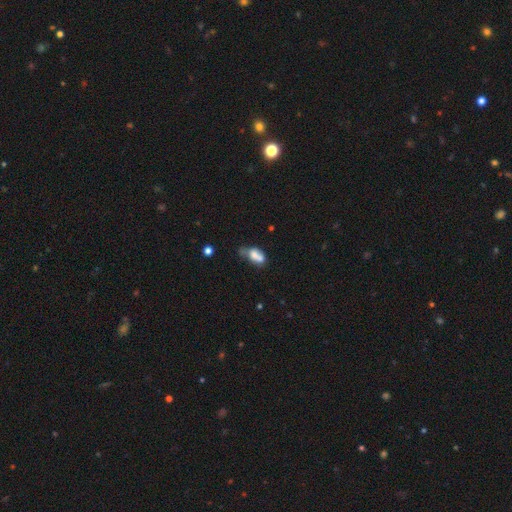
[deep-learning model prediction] This appears to be a smooth galaxy with no disk features (62%) that is in between round and cigar-shaped (82%). Merging: merger (41%).